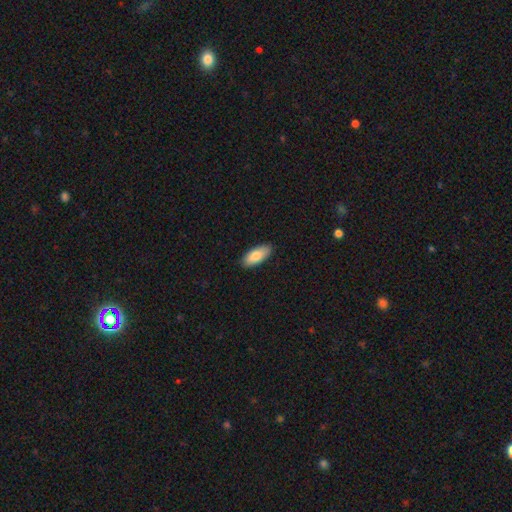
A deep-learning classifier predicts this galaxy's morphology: Q: Smooth or featured?
A: smooth (85%); runner-up: featured or disk (10%)
Q: How rounded?
A: in between (84%); runner-up: cigar-shaped (14%)
Q: Merging?
A: none (89%); runner-up: minor disturbance (9%)